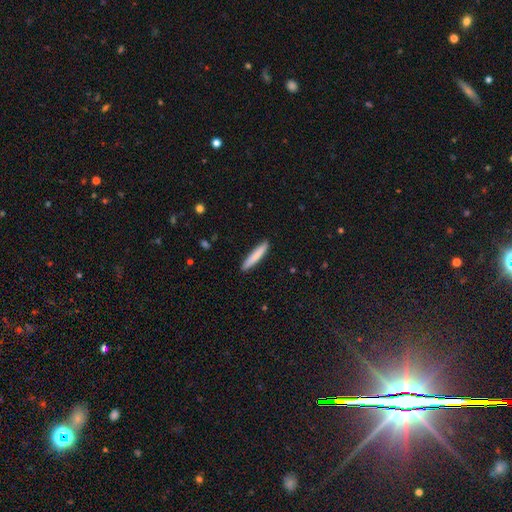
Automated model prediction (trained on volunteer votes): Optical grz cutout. It shows a smooth galaxy with no disk features (81%) that is cigar-shaped (93%). Merging: none (91%).